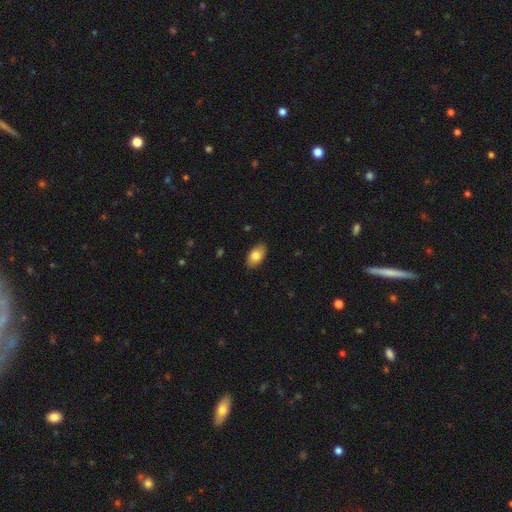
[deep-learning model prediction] This appears to be a smooth galaxy with no disk features (80%) that is in between round and cigar-shaped (93%). Merging: none (88%).